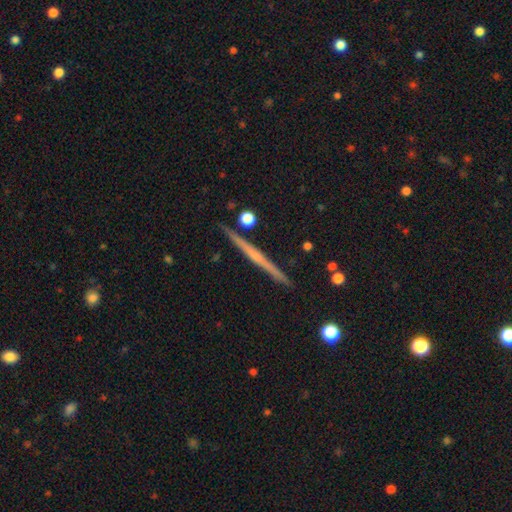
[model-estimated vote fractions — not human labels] Morphology: type=featured or disk (69%); edge-on=yes (98%); edge-on bulge=none (64%); merging=none (91%).